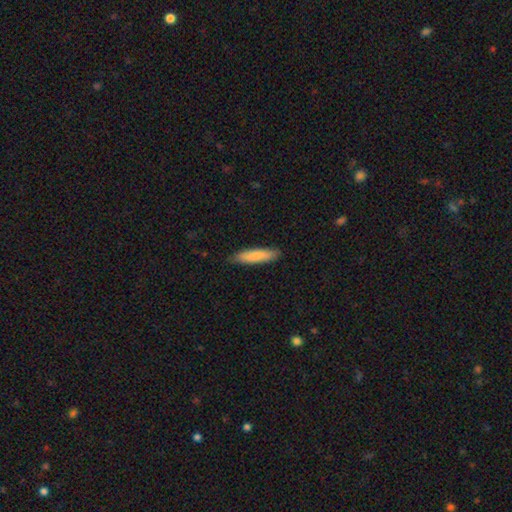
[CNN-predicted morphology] Q: Smooth or featured?
A: smooth (80%); runner-up: featured or disk (15%)
Q: How rounded?
A: cigar-shaped (77%); runner-up: in between (22%)
Q: Merging?
A: none (86%); runner-up: minor disturbance (11%)